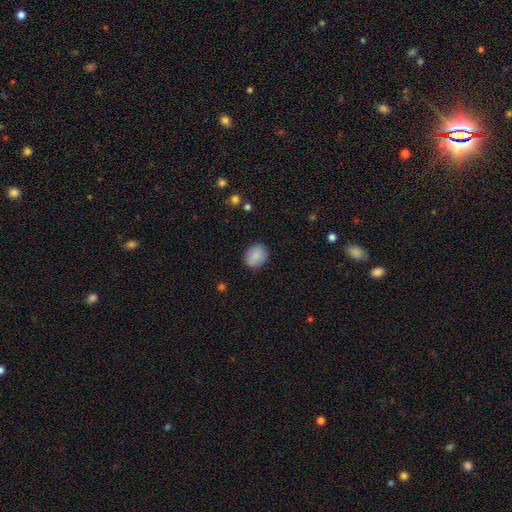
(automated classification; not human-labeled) Smooth or featured: smooth — 86% (star or artifact — 7%)
How rounded: round — 57% (in between — 42%)
Merging: none — 87% (minor disturbance — 10%)